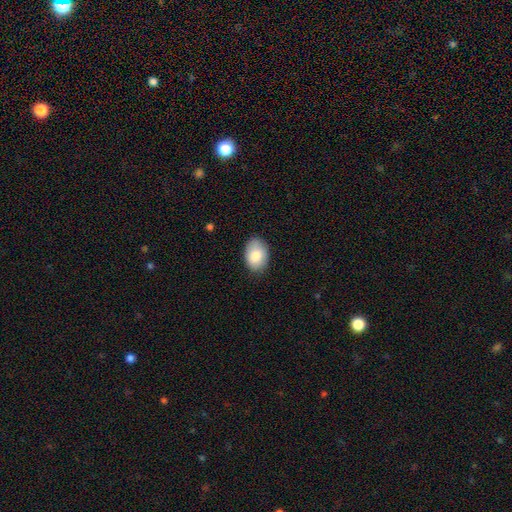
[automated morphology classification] Smooth or featured? Predicted: smooth (p=0.84). How rounded? Predicted: in between (p=0.86). Merging? Predicted: none (p=0.82).